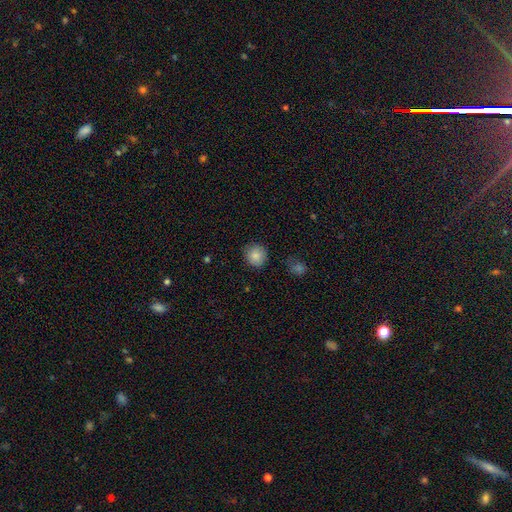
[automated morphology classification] smooth 86%, star or artifact 8%, featured or disk 5%. Down the decision tree: how rounded — round (88%); merging — none (85%).